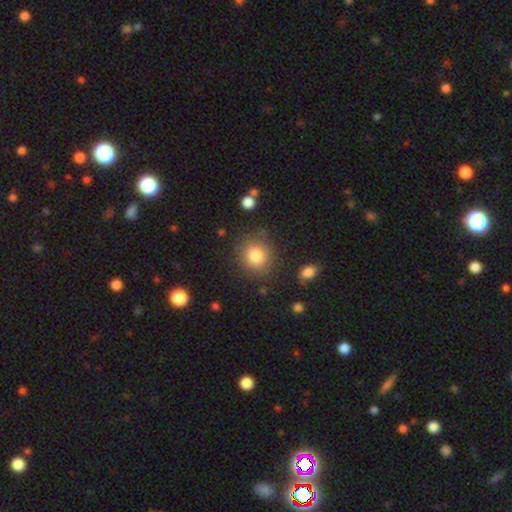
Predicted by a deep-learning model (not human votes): The model was most divided on "how rounded": round: 82%, in between: 17%, cigar-shaped: 1%. More confident: merging — none (82%); smooth or featured — smooth (82%).